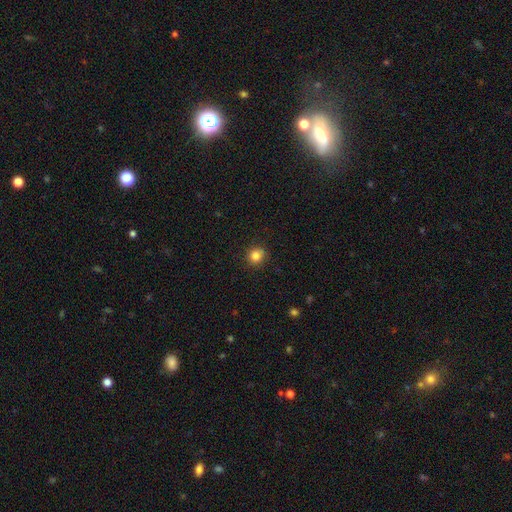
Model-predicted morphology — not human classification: This appears to be a smooth galaxy with no disk features (84%) that is round (89%). Merging: none (89%).